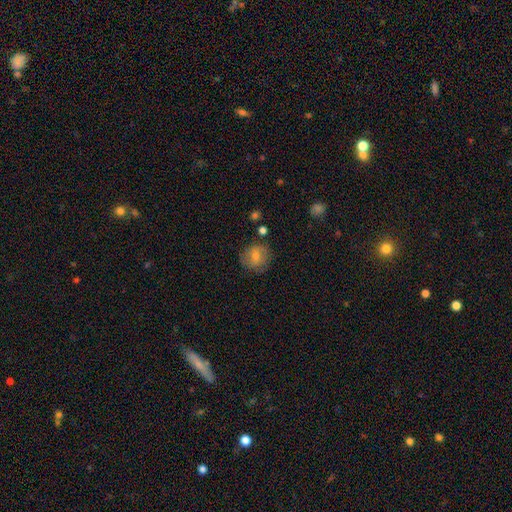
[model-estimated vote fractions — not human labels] Smooth or featured?
  - smooth: 60% *
  - featured or disk: 27%
  - star or artifact: 13%
How rounded?
  - round: 85% *
  - in between: 14%
  - cigar-shaped: 1%
Merging?
  - none: 80% *
  - minor disturbance: 13%
  - major disturbance: 4%
  - merger: 2%